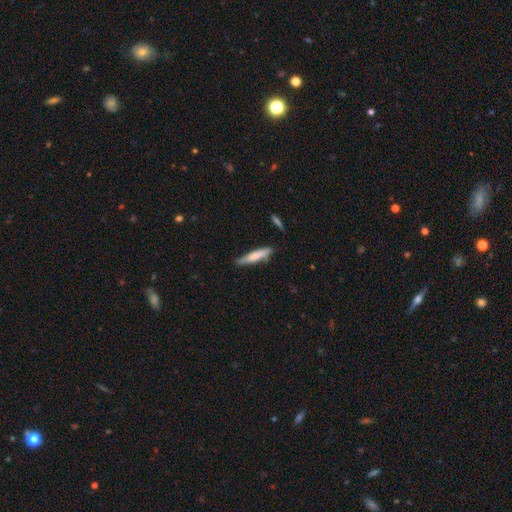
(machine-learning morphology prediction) type=smooth (69%); roundness=cigar-shaped (87%); merging=none (75%).